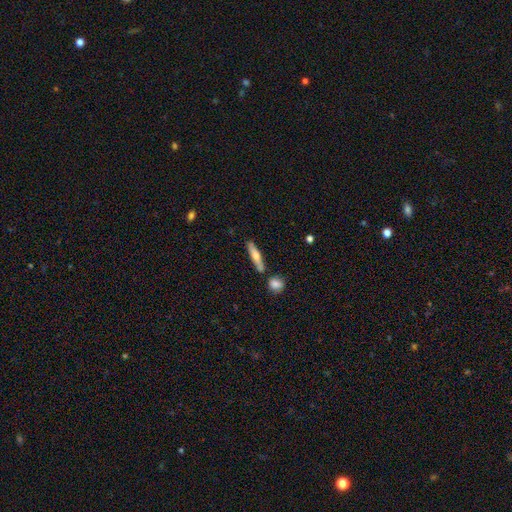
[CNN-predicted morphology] smooth 61%, featured or disk 33%, star or artifact 6%. Down the decision tree: how rounded — cigar-shaped (82%); merging — none (73%).